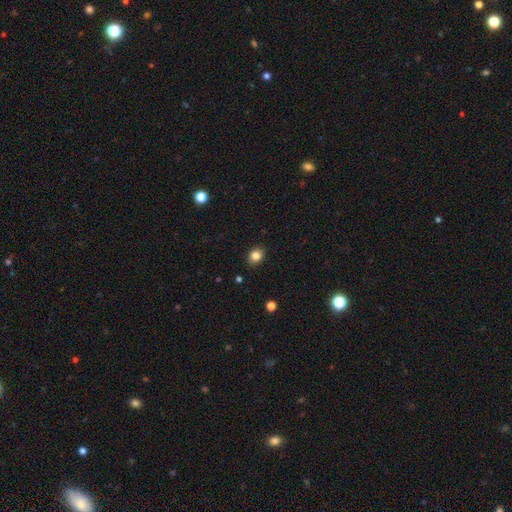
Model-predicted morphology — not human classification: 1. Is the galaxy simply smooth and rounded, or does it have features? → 84% smooth, 11% star or artifact, 5% featured or disk.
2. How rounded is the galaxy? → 63% round, 36% in between, 1% cigar-shaped.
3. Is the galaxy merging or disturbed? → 88% none, 8% minor disturbance, 2% major disturbance, 1% merger.